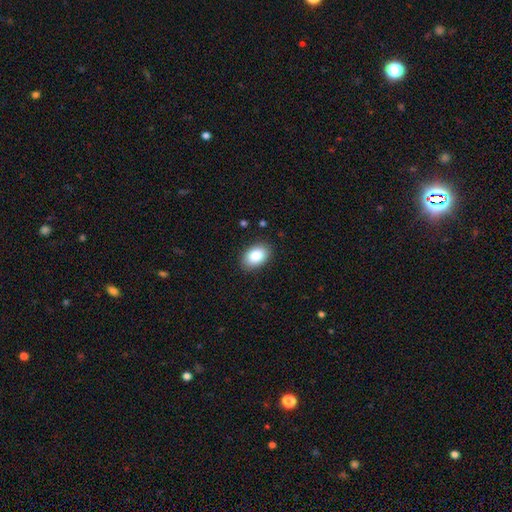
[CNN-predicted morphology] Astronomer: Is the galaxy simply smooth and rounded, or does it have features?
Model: smooth — 87%.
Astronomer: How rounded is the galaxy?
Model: in between — 86%.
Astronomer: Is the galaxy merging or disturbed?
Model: none — 87%.